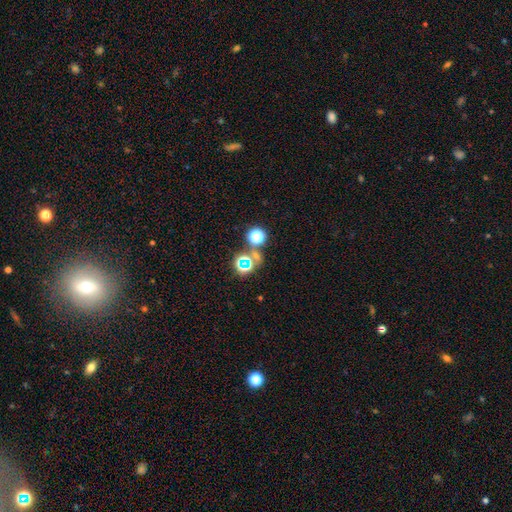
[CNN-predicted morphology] smooth-or-featured: star or artifact: 57% | smooth: 31% | featured or disk: 12%